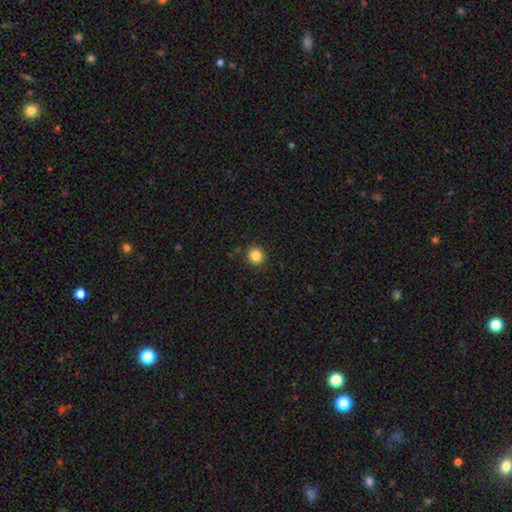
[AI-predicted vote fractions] smooth_or_featured: smooth (p=0.85) [alt: star or artifact p=0.11]
how_rounded: round (p=0.90) [alt: in between p=0.09]
merging: none (p=0.91) [alt: minor disturbance p=0.06]